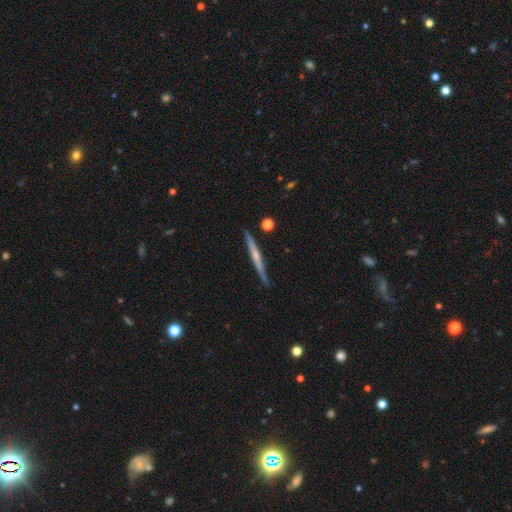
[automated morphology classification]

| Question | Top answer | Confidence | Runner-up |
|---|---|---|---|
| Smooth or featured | featured or disk | 66% | smooth (28%) |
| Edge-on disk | yes | 98% | no (2%) |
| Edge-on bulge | none | 46% | tied: rounded (46%) |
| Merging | none | 89% | minor disturbance (8%) |